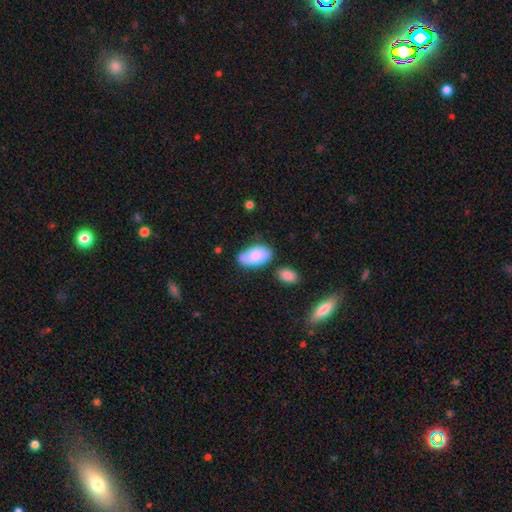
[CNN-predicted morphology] smooth-or-featured: smooth: 75% | featured or disk: 19% | star or artifact: 7%
  how-rounded: in between: 94% | round: 4% | cigar-shaped: 2%
  merging: none: 57% | minor disturbance: 25% | merger: 11% | major disturbance: 7%